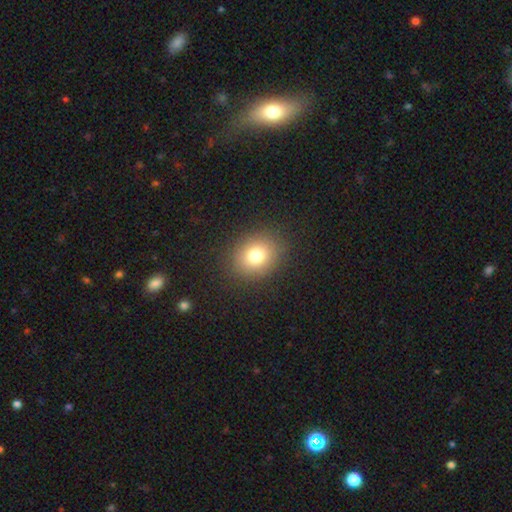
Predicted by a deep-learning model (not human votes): This is likely a smooth galaxy (78%). How rounded: possibly round (57%). Merging: clearly none (87%).